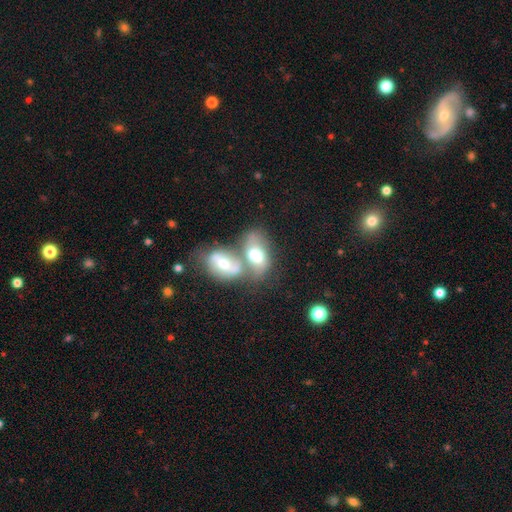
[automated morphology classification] type=smooth (57%); roundness=in between (88%); merging=merger (61%).